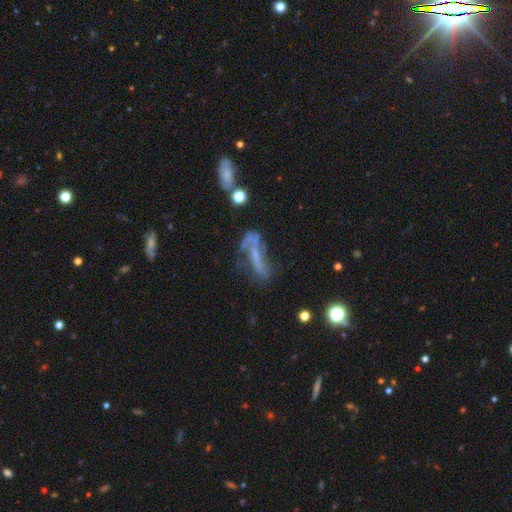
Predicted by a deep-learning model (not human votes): smooth_or_featured: featured or disk (p=0.61) [alt: smooth p=0.23]
disk_edge_on: no (p=0.81) [alt: yes p=0.19]
merging: major disturbance (p=0.34) [alt: none p=0.33]